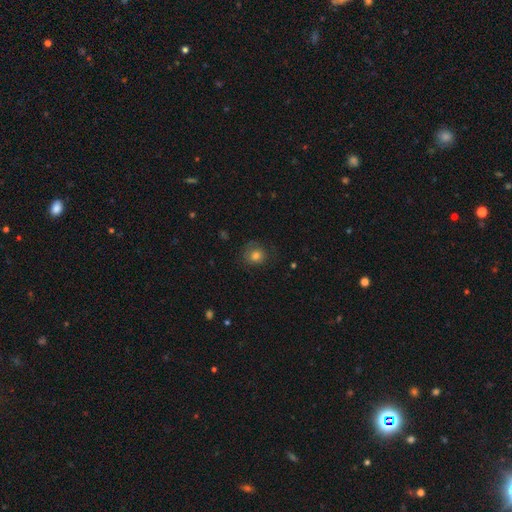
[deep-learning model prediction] This appears to be a smooth galaxy with no disk features (76%) that is round (79%). Merging: none (68%).